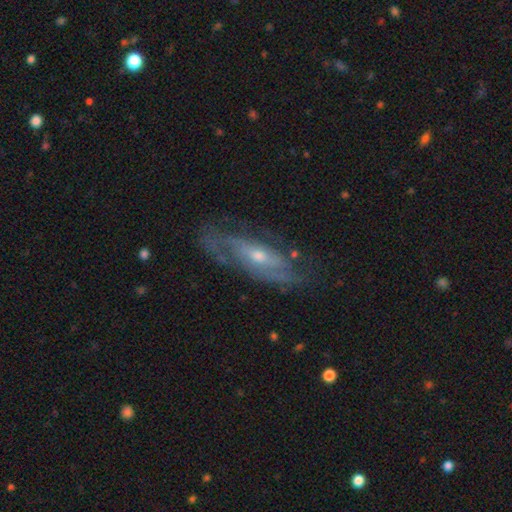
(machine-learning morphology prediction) Smooth or featured? featured or disk (77%)
Edge-on disk? no (76%)
Bar? no (59%)
Spiral arms? yes (81%)
Bulge size? small (53%)
Merging? none (70%)